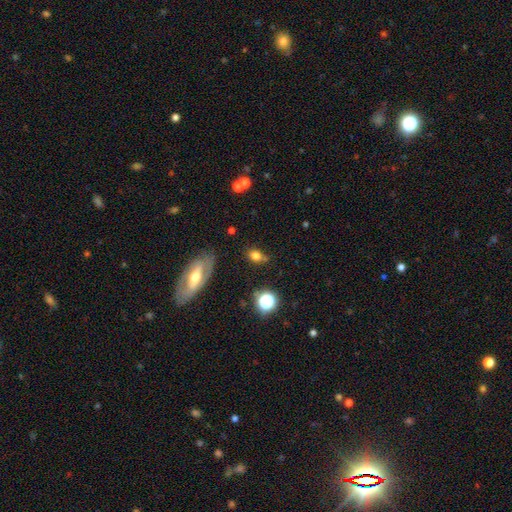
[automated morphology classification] Q: Smooth or featured?
A: smooth (74%); runner-up: star or artifact (15%)
Q: How rounded?
A: in between (59%); runner-up: round (37%)
Q: Merging?
A: none (63%); runner-up: minor disturbance (19%)